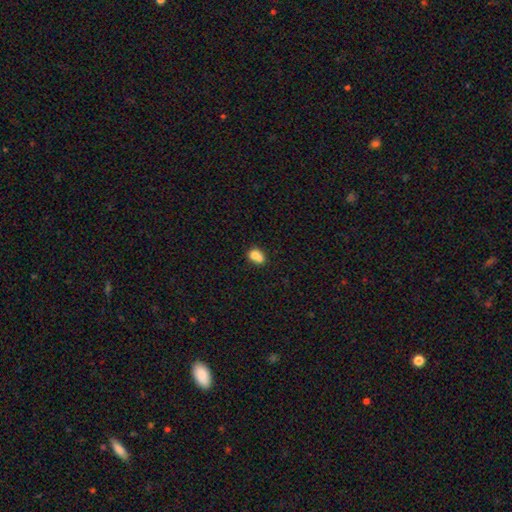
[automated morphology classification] Smooth or featured?
  - smooth: 71% *
  - featured or disk: 18%
  - star or artifact: 11%
How rounded?
  - round: 60% *
  - in between: 39%
  - cigar-shaped: 1%
Merging?
  - merger: 60% *
  - none: 28%
  - minor disturbance: 8%
  - major disturbance: 3%